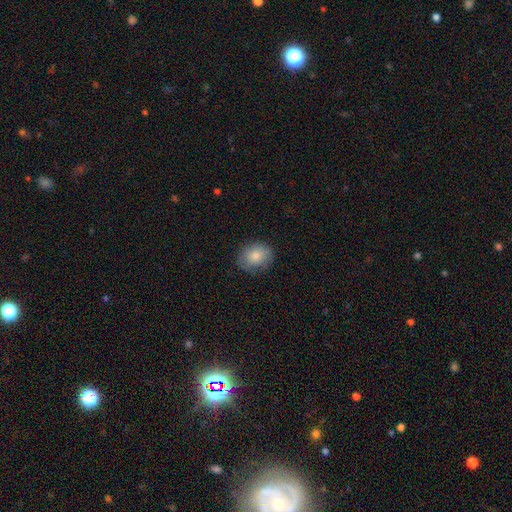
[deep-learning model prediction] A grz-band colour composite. It shows a smooth galaxy with no disk features (82%) that is round (54%). Merging: none (80%).